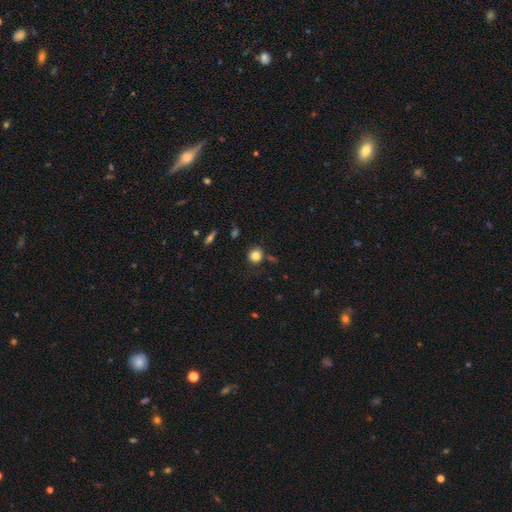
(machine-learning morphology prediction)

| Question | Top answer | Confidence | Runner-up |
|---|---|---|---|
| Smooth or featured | smooth | 83% | star or artifact (11%) |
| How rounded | round | 88% | in between (10%) |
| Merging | none | 80% | minor disturbance (11%) |